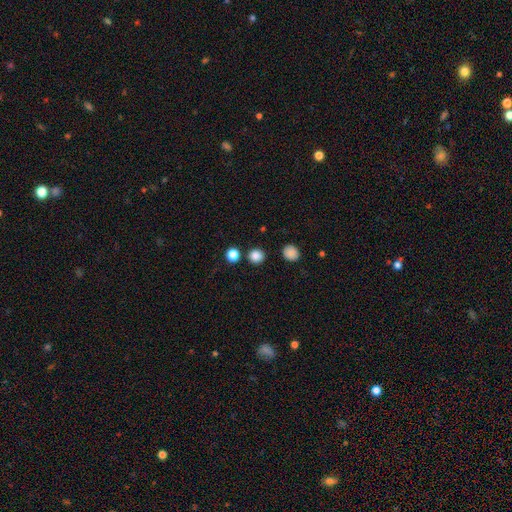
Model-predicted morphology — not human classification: The model was most divided on "smooth or featured": smooth: 84%, star or artifact: 13%, featured or disk: 3%. More confident: how rounded — round (89%); merging — none (86%).